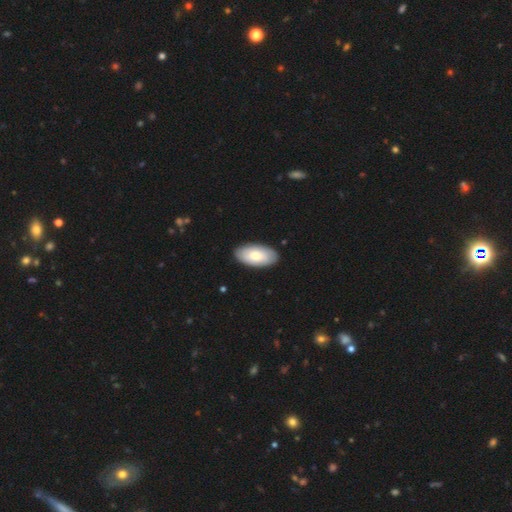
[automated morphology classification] This appears to be a smooth galaxy with no disk features (73%) that is in between round and cigar-shaped (95%). Merging: none (88%).